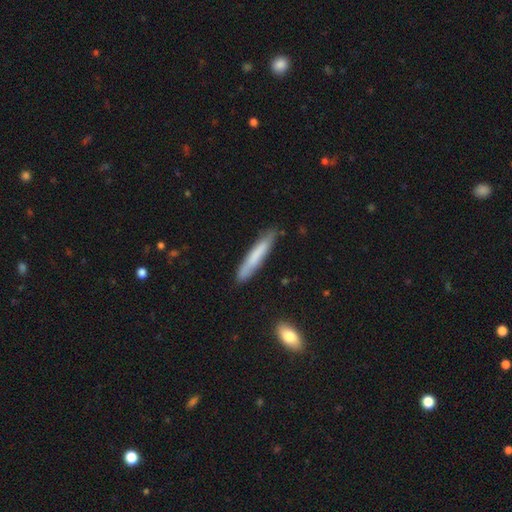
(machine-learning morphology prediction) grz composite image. It shows a smooth galaxy with no disk features (70%) that is cigar-shaped (94%). Merging: none (82%).